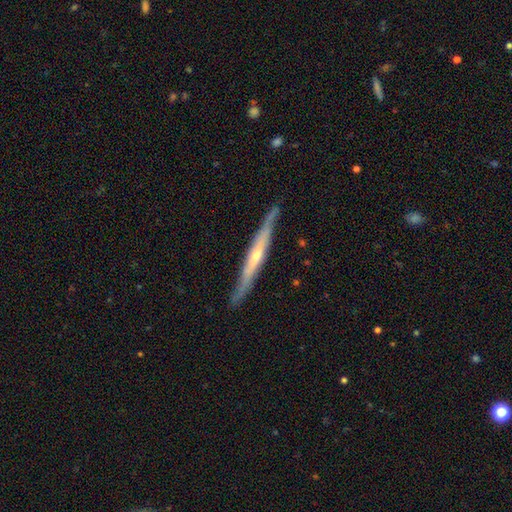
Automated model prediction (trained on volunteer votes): smooth_or_featured: featured or disk (p=0.72) [alt: smooth p=0.23]
disk_edge_on: yes (p=0.93) [alt: no p=0.07]
edge_on_bulge: rounded (p=0.56) [alt: none p=0.36]
merging: none (p=0.82) [alt: minor disturbance p=0.14]